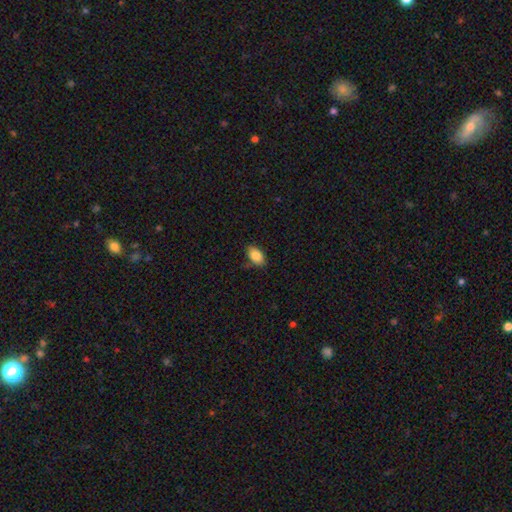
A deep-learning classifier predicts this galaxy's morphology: A smooth galaxy with no disk features (86%) that is in between round and cigar-shaped (91%). Merging: none (80%).